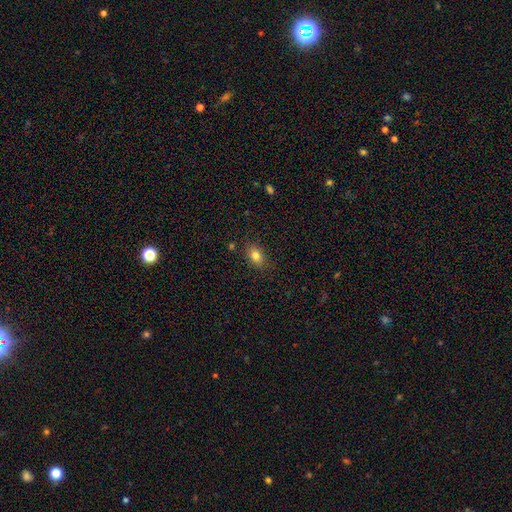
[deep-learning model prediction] Smooth or featured? smooth (81%)
How rounded? in between (75%)
Merging? none (85%)